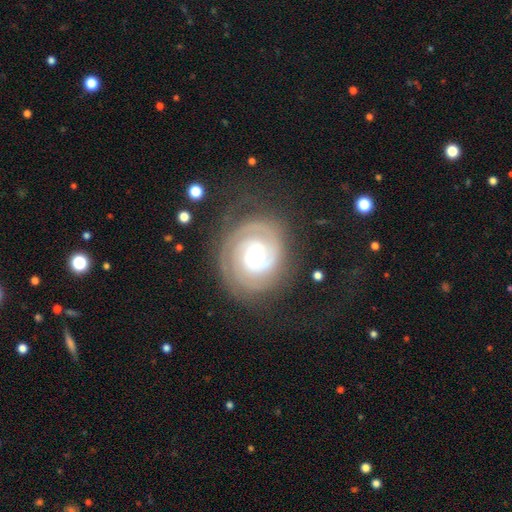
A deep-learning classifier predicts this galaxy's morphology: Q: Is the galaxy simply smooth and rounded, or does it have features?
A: featured or disk — 88%.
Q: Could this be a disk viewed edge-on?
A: no — 98%.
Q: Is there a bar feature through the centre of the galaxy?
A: no — 65%.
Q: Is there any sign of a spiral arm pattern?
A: yes — 97%.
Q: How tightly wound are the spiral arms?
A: tight — 76%.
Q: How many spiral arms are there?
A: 2 — 49%.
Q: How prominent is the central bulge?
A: moderate — 63%.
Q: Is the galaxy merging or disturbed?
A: none — 75%.